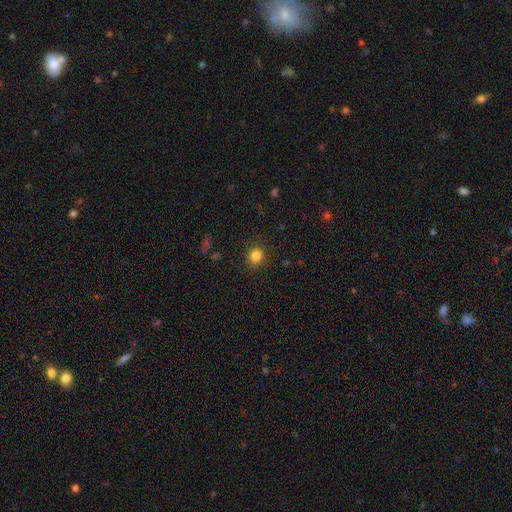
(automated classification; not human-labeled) Smooth or featured? Predicted: smooth (p=0.83). How rounded? Predicted: round (p=0.82). Merging? Predicted: none (p=0.89).